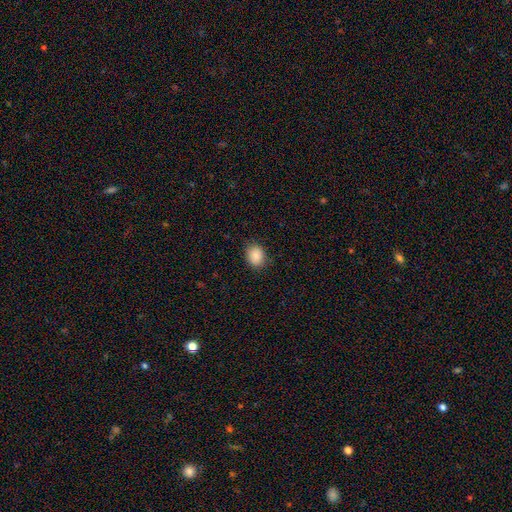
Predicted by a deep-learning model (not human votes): Morphology: type=smooth (87%); roundness=round (57%); merging=none (85%).